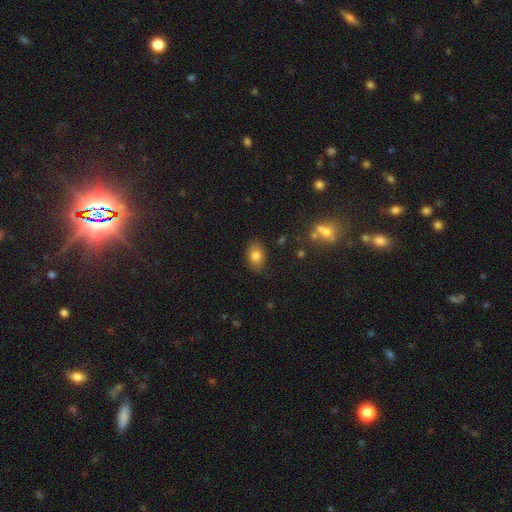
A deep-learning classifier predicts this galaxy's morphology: This appears to be a smooth galaxy with no disk features (80%) that is in between round and cigar-shaped (79%). Merging: none (84%).